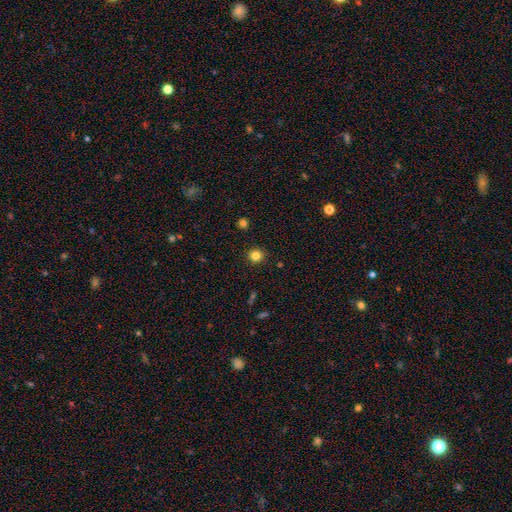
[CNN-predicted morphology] type=smooth (83%); roundness=round (92%); merging=none (91%).